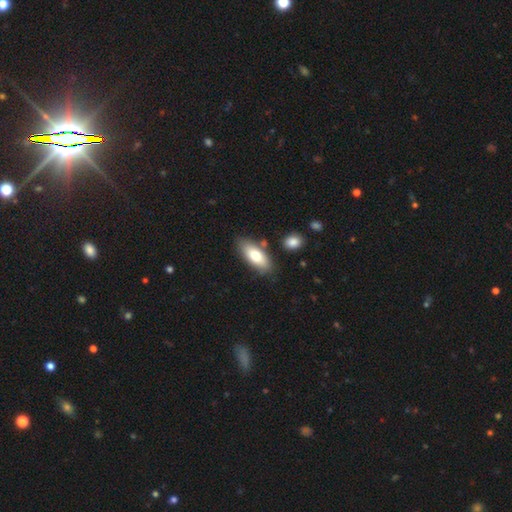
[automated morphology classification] smooth_or_featured: smooth (p=0.72) [alt: featured or disk p=0.21]
how_rounded: in between (p=0.81) [alt: cigar-shaped p=0.16]
merging: none (p=0.77) [alt: minor disturbance p=0.13]